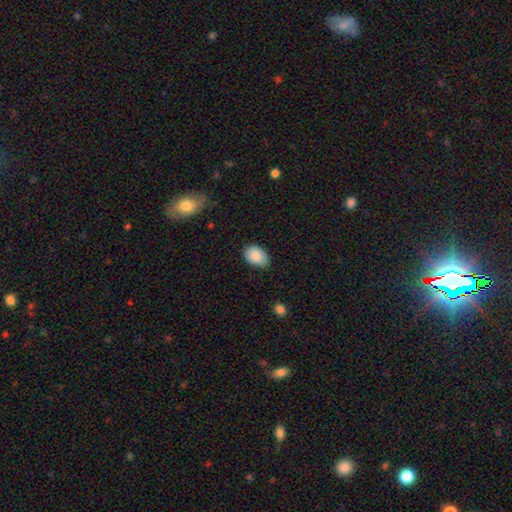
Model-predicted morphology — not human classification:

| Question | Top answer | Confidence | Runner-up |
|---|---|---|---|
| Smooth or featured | smooth | 88% | star or artifact (7%) |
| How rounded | in between | 83% | round (16%) |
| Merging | none | 79% | minor disturbance (17%) |